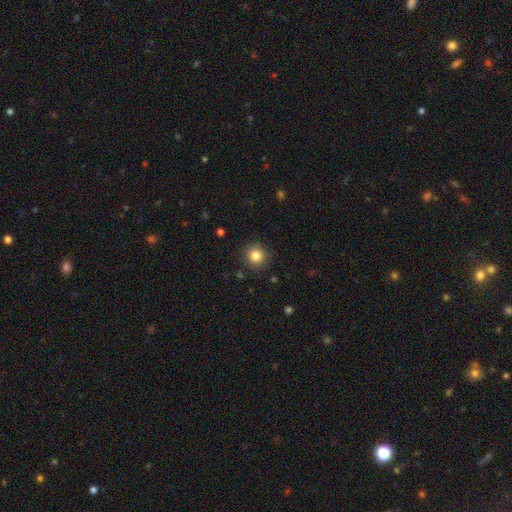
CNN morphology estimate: Smooth or featured? smooth (83%)
How rounded? round (92%)
Merging? none (89%)